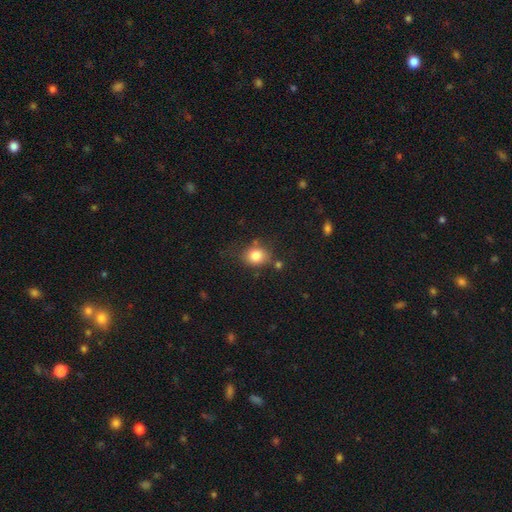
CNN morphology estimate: type=smooth (82%); roundness=round (64%); merging=none (71%).